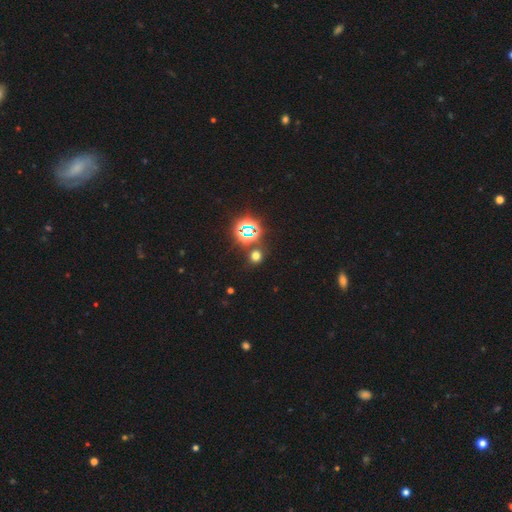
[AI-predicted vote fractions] smooth 56%, star or artifact 37%, featured or disk 7%. Down the decision tree: how rounded — round (82%); merging — none (80%).